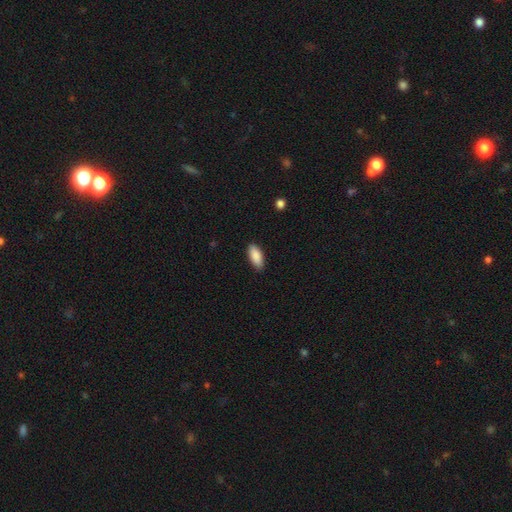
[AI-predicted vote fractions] The model was most divided on "how rounded": in between: 85%, cigar-shaped: 14%, round: 2%. More confident: smooth or featured — smooth (88%); merging — none (87%).